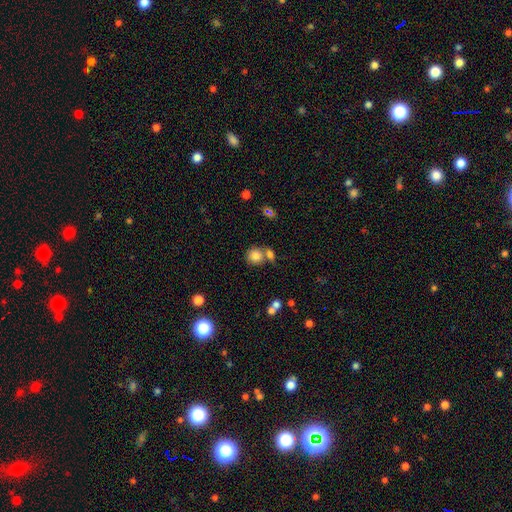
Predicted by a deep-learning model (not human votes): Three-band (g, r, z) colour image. It shows a smooth galaxy with no disk features (81%) that is round (84%). Merging: none (56%).